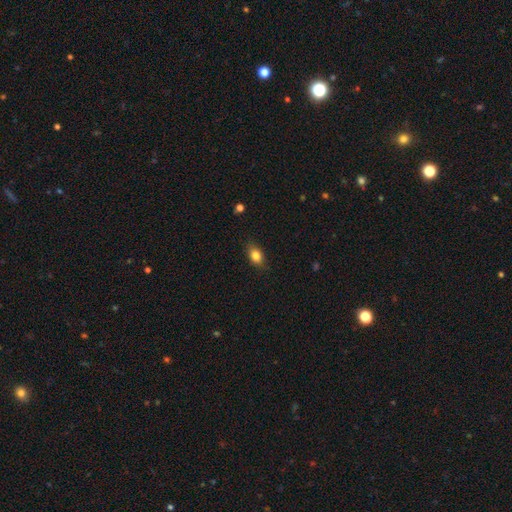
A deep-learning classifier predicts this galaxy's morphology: A smooth galaxy with no disk features (83%) that is in between round and cigar-shaped (77%).

Vote fractions:
- Smooth or featured? smooth: 83% / star or artifact: 9% / featured or disk: 7%
- How rounded? in between: 77% / round: 20% / cigar-shaped: 3%
- Merging? none: 83% / minor disturbance: 13% / major disturbance: 3% / merger: 1%